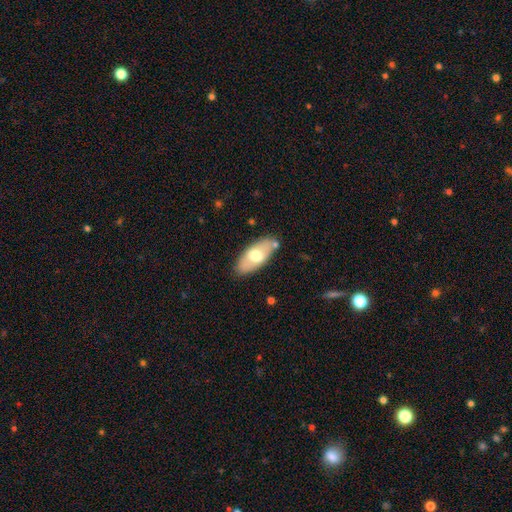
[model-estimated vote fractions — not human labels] Morphology: type=smooth (61%); roundness=in between (86%); merging=none (80%).